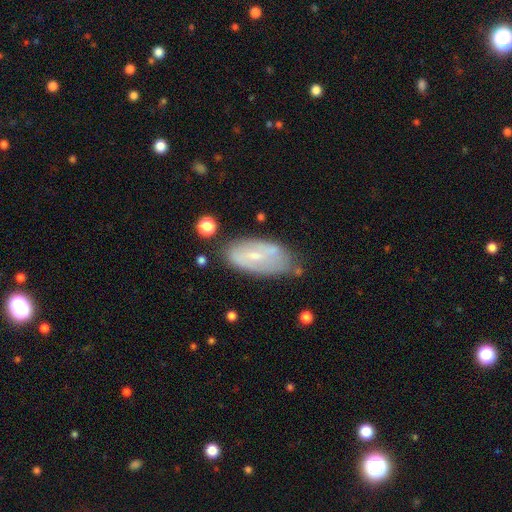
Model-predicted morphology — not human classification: Smooth or featured?
  - featured or disk: 53% *
  - smooth: 40%
  - star or artifact: 8%
Edge-on disk?
  - no: 89% *
  - yes: 11%
Merging?
  - none: 60% *
  - minor disturbance: 27%
  - major disturbance: 8%
  - merger: 5%